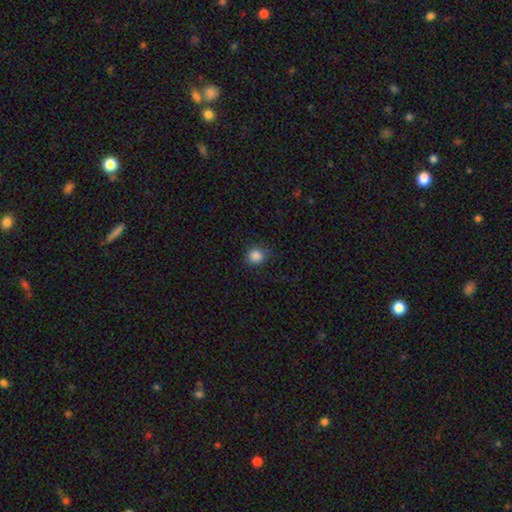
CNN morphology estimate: This is clearly a smooth galaxy (86%). How rounded: clearly round (87%). Merging: clearly none (84%).